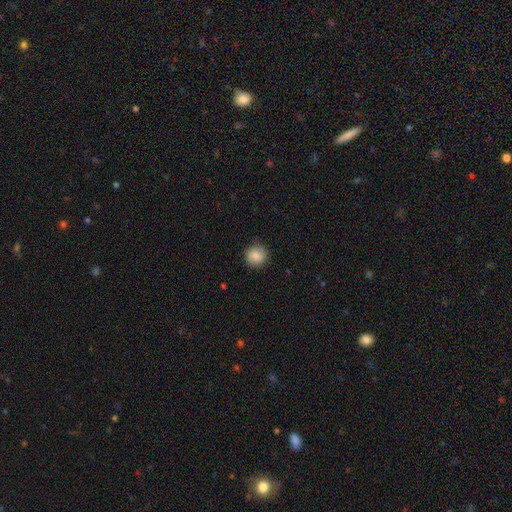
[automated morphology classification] Smooth or featured? smooth (86%)
How rounded? round (92%)
Merging? none (88%)